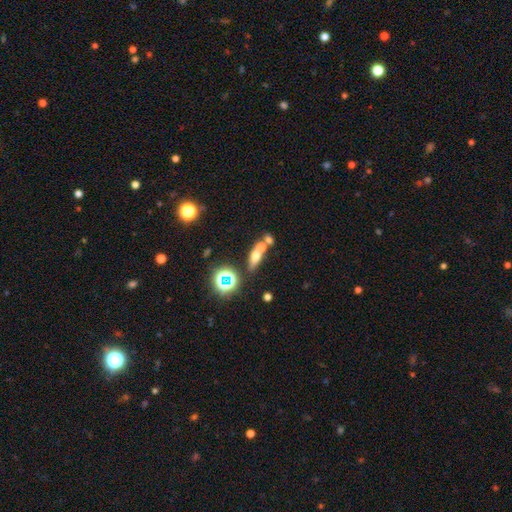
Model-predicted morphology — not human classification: A smooth galaxy with no disk features (53%) that is in between round and cigar-shaped (51%).

Vote fractions:
- Smooth or featured? smooth: 53% / featured or disk: 28% / star or artifact: 20%
- How rounded? in between: 51% / round: 27% / cigar-shaped: 22%
- Merging? merger: 52% / none: 34% / minor disturbance: 9% / major disturbance: 6%